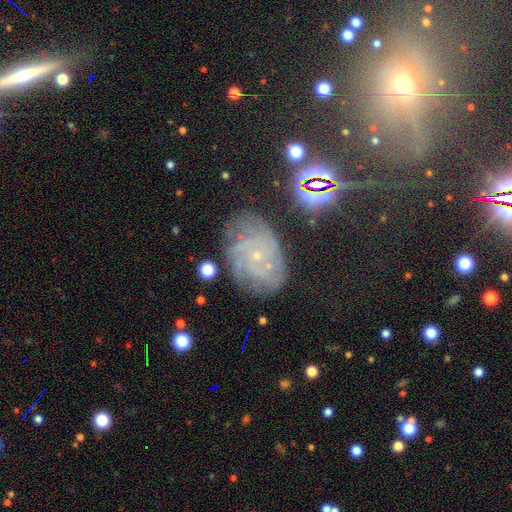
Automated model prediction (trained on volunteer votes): This appears to be a featured or disk galaxy (73%) with no bar (79%), tight (66%) spiral arms (92%) and a small central bulge (86%). Merging: none (69%).